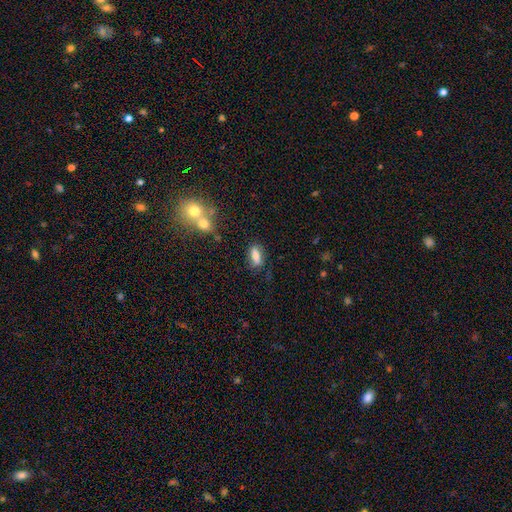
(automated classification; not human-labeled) smooth-or-featured: smooth: 75% | featured or disk: 16% | star or artifact: 9%
  how-rounded: in between: 72% | cigar-shaped: 24% | round: 4%
  merging: none: 72% | minor disturbance: 17% | major disturbance: 5% | merger: 5%